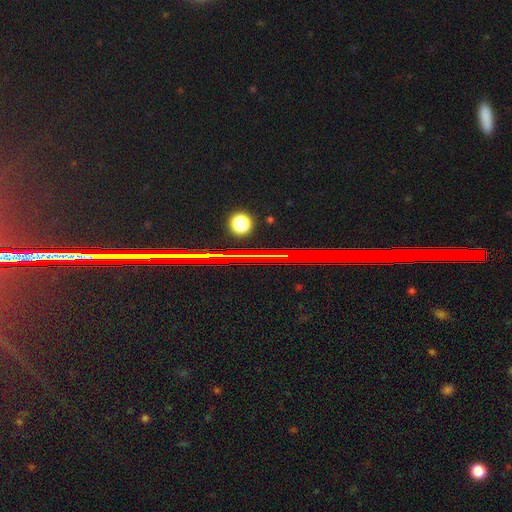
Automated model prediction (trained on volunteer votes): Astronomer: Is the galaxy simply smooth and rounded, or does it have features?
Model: star or artifact — 82%.